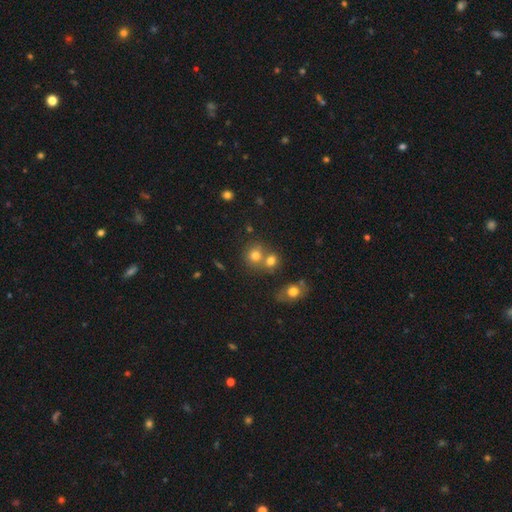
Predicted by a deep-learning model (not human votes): smooth-or-featured: smooth: 74% | star or artifact: 15% | featured or disk: 11%
  how-rounded: round: 78% | in between: 21% | cigar-shaped: 1%
  merging: none: 49% | merger: 39% | minor disturbance: 8% | major disturbance: 3%